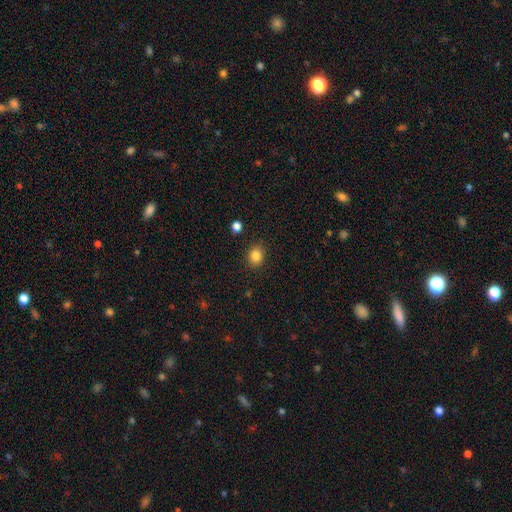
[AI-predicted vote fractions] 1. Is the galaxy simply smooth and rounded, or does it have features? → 84% smooth, 11% star or artifact, 5% featured or disk.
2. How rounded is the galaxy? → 58% round, 41% in between, 1% cigar-shaped.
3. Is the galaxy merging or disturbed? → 88% none, 8% minor disturbance, 2% major disturbance, 2% merger.